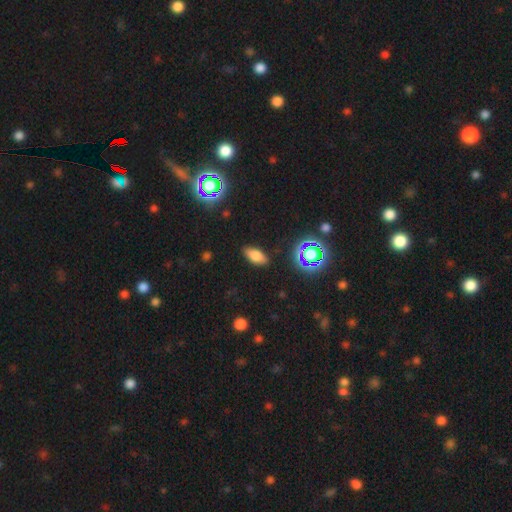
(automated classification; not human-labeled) Smooth or featured? Predicted: smooth (p=0.74). How rounded? Predicted: in between (p=0.85). Merging? Predicted: none (p=0.86).